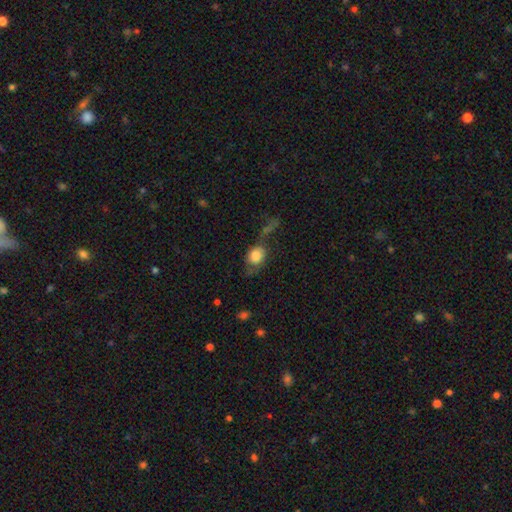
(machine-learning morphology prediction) Smooth or featured: smooth — 76% (featured or disk — 16%)
How rounded: in between — 53% (round — 44%)
Merging: none — 44% (minor disturbance — 23%)